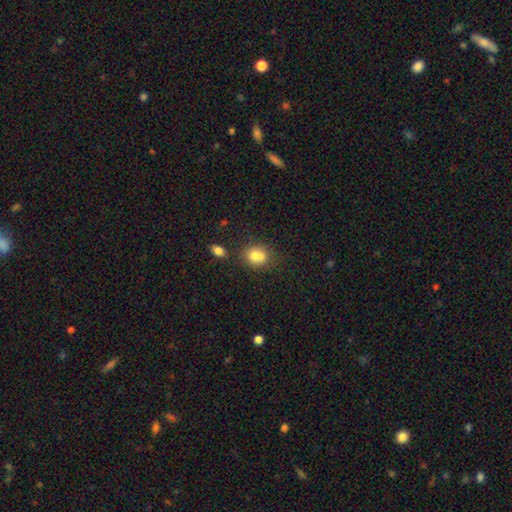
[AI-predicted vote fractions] Smooth or featured? smooth (74%)
How rounded? round (62%)
Merging? merger (45%)